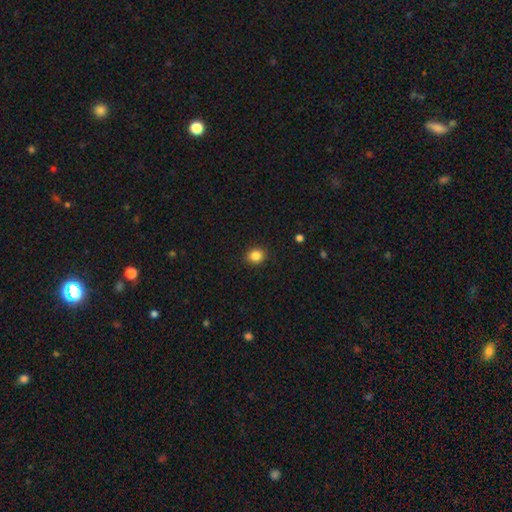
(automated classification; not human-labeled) This is clearly a smooth galaxy (85%). How rounded: likely round (76%). Merging: clearly none (90%).